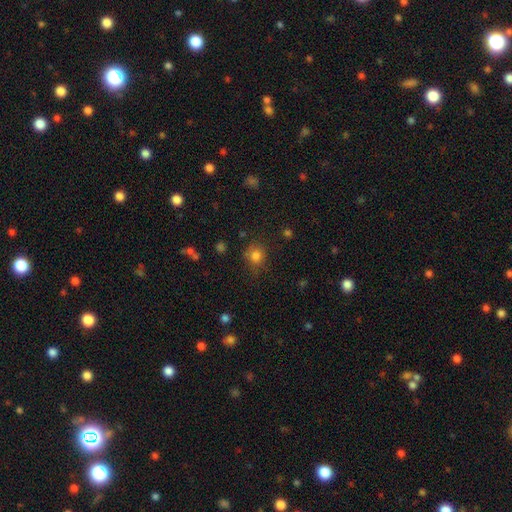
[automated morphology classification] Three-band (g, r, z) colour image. It shows a smooth galaxy with no disk features (81%) that is round (84%). Merging: none (74%).